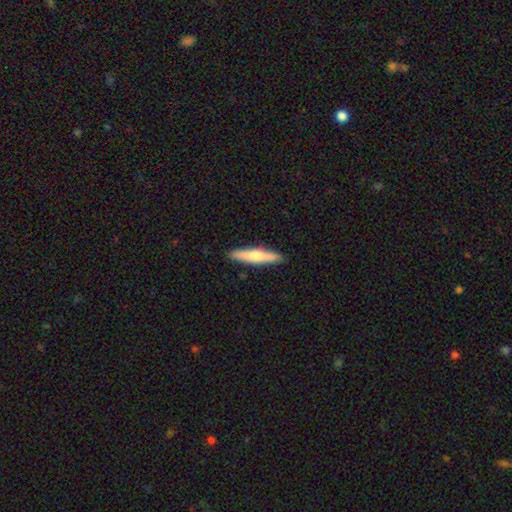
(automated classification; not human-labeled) Q: Smooth or featured?
A: smooth (65%); runner-up: featured or disk (29%)
Q: How rounded?
A: cigar-shaped (90%); runner-up: in between (9%)
Q: Merging?
A: none (91%); runner-up: minor disturbance (7%)